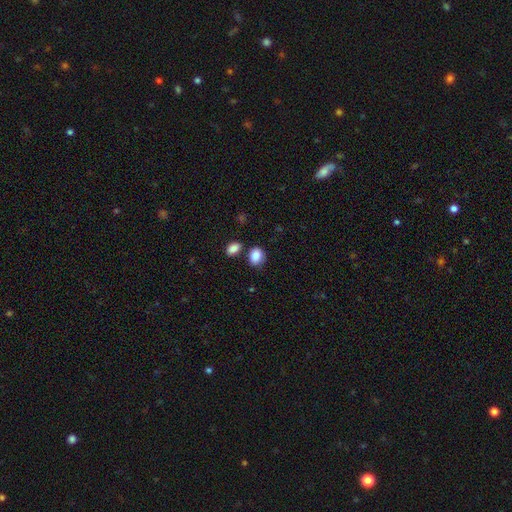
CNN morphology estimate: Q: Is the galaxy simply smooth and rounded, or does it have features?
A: smooth — 87%.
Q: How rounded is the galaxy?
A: in between — 56%.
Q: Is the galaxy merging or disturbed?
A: none — 66%.